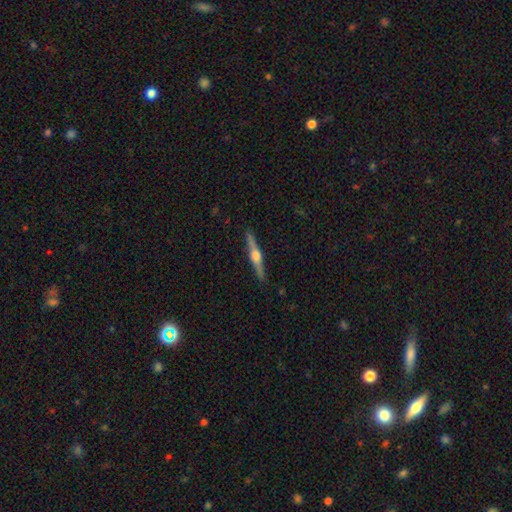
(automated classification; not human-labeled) Q: Smooth or featured?
A: featured or disk (78%); runner-up: smooth (17%)
Q: Edge-on disk?
A: yes (98%); runner-up: no (2%)
Q: Edge-on bulge?
A: rounded (94%); runner-up: boxy (4%)
Q: Merging?
A: none (91%); runner-up: minor disturbance (7%)